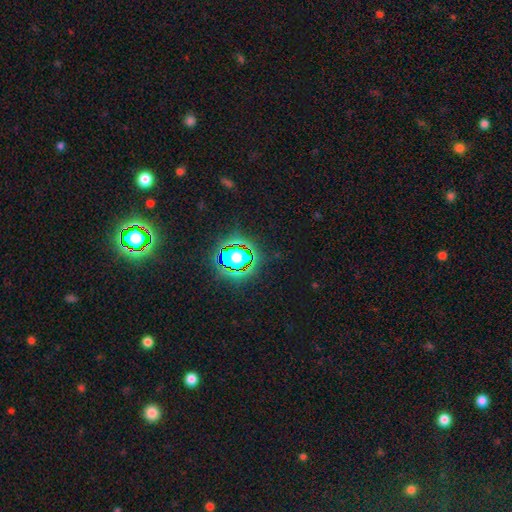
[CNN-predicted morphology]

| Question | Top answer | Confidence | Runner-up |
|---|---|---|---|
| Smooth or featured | star or artifact | 79% | smooth (13%) |